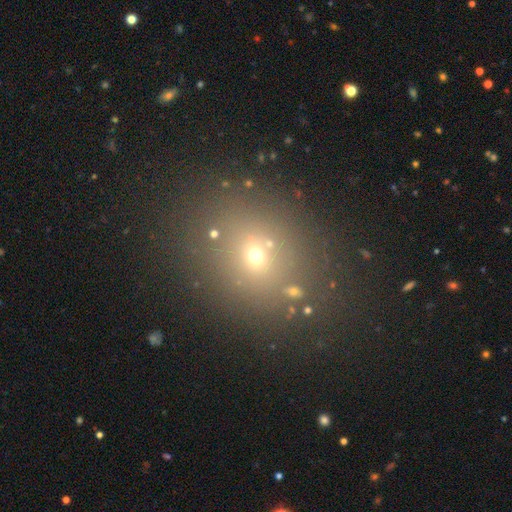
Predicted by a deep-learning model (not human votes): A smooth galaxy with no disk features (56%) that is round (61%). Merging: none (80%).